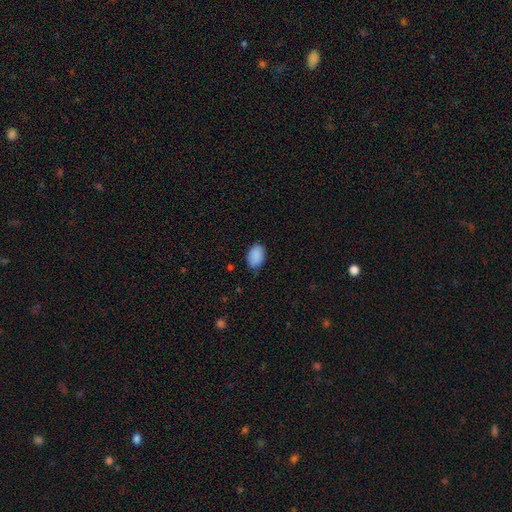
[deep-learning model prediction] Smooth or featured?
  - smooth: 89% *
  - star or artifact: 7%
  - featured or disk: 4%
How rounded?
  - in between: 87% *
  - round: 12%
  - cigar-shaped: 1%
Merging?
  - none: 76% *
  - minor disturbance: 20%
  - major disturbance: 3%
  - merger: 1%